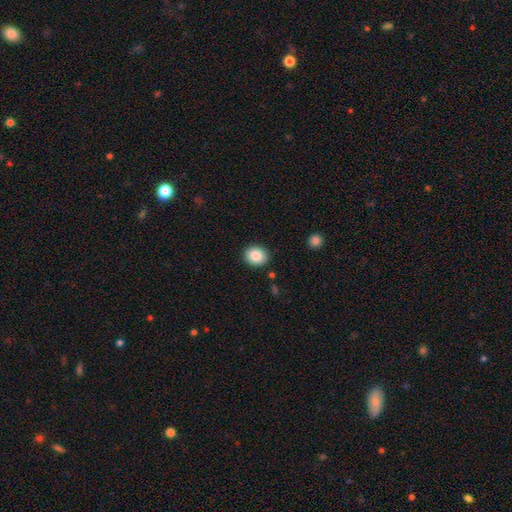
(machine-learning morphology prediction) smooth 86%, star or artifact 8%, featured or disk 5%. Down the decision tree: how rounded — round (71%); merging — none (89%).